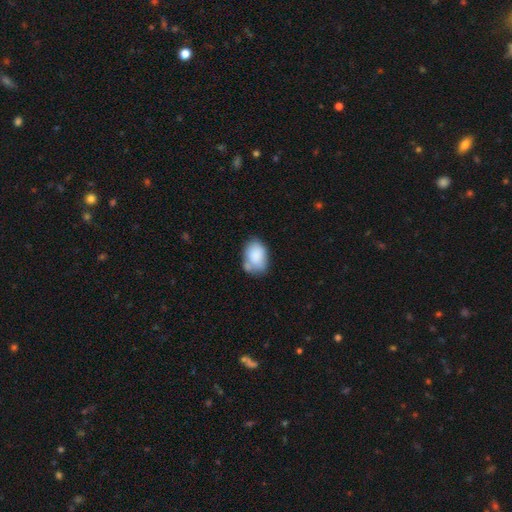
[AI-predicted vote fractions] Overall: smooth (83%). How rounded: in between (80%). Merging: none (50%; minor disturbance 24%).